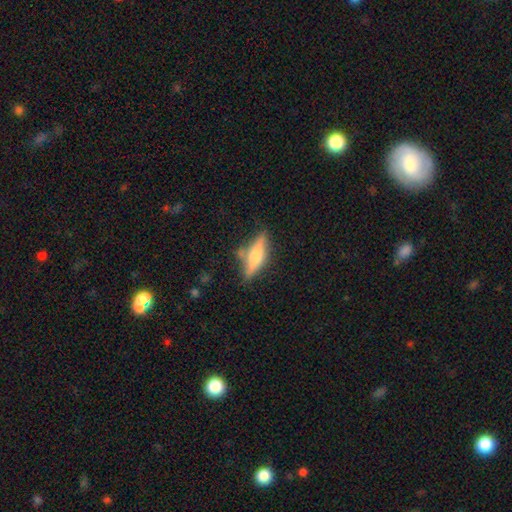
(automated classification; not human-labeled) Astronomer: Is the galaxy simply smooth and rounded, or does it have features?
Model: featured or disk — 50% (runner-up: smooth, 44%).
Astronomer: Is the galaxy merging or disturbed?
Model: none — 75%.